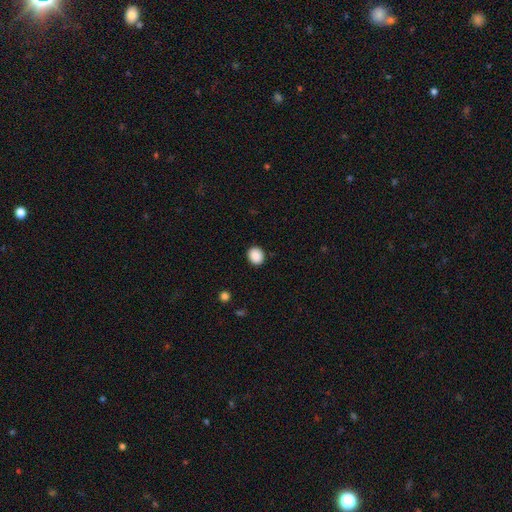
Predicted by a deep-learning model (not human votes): Smooth or featured? Predicted: smooth (p=0.89). How rounded? Predicted: round (p=0.62). Merging? Predicted: none (p=0.90).